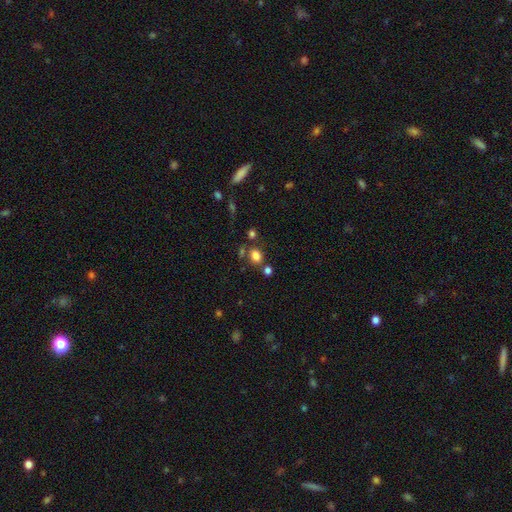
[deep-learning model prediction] The model was most divided on "how rounded": in between: 54%, round: 45%, cigar-shaped: 1%. More confident: smooth or featured — smooth (80%); merging — none (67%).